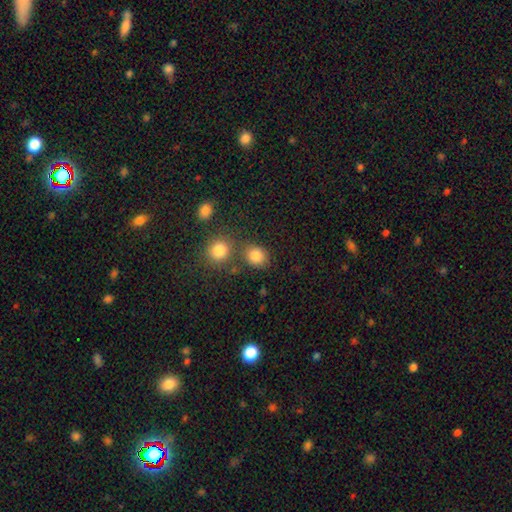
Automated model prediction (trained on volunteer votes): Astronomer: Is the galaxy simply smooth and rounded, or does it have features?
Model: smooth — 83%.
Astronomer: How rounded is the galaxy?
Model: round — 70%.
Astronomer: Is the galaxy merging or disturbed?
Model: none — 70%.